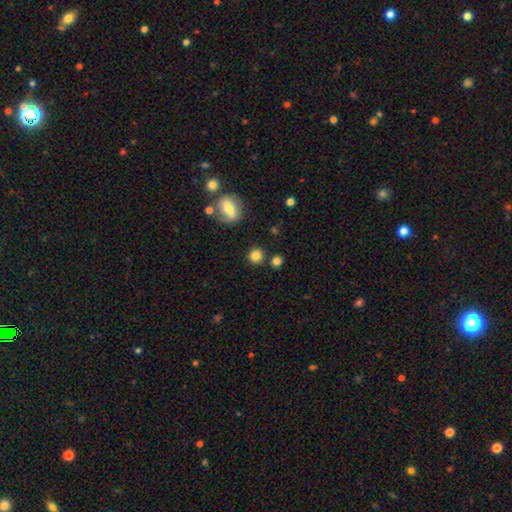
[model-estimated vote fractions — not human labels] Overall: smooth (81%). How rounded: round (91%). Merging: none (82%).